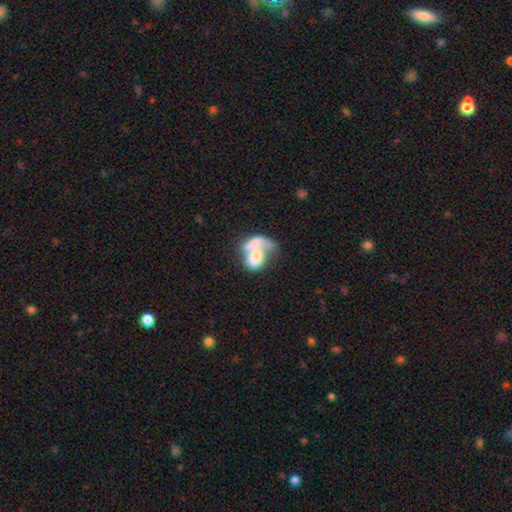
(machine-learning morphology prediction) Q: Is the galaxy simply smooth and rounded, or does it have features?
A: smooth — 57%.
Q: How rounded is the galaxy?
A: in between — 78%.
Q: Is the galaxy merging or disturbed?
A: merger — 60%.